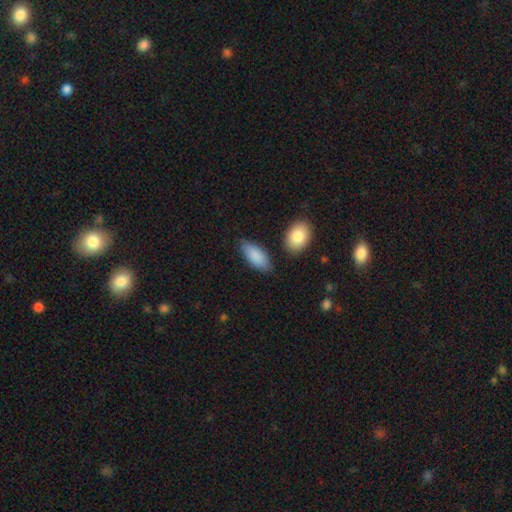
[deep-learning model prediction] Smooth or featured: smooth — 87% (featured or disk — 7%)
How rounded: in between — 87% (cigar-shaped — 11%)
Merging: none — 75% (minor disturbance — 17%)